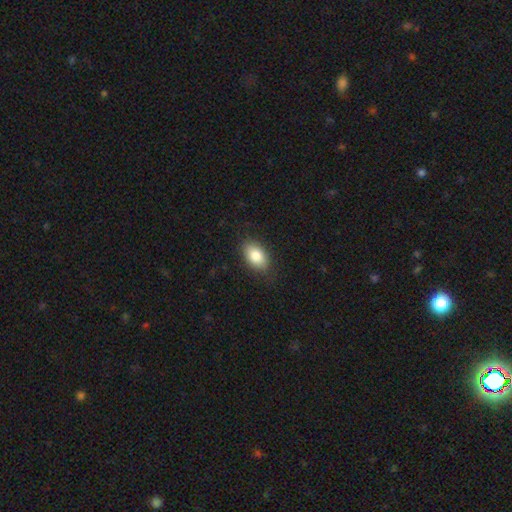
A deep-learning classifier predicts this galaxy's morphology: A smooth galaxy with no disk features (83%) that is in between round and cigar-shaped (89%). Merging: none (84%).